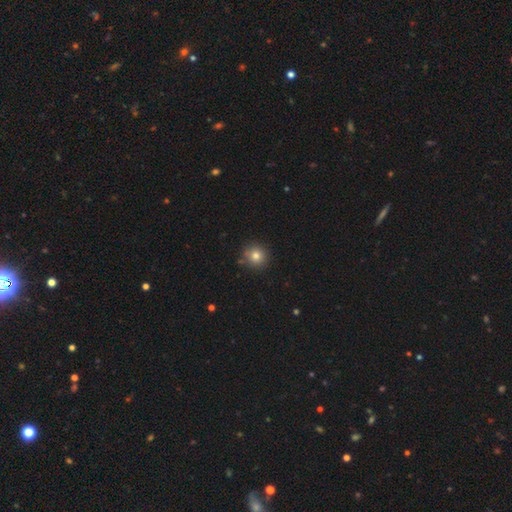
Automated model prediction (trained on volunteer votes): Q: Smooth or featured?
A: smooth (80%); runner-up: star or artifact (12%)
Q: How rounded?
A: round (94%); runner-up: in between (5%)
Q: Merging?
A: none (85%); runner-up: minor disturbance (9%)